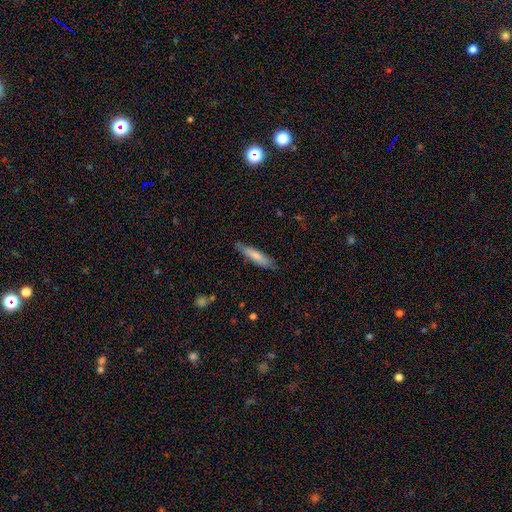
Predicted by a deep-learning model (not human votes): This is likely a smooth galaxy (74%). How rounded: clearly cigar-shaped (81%). Merging: clearly none (82%).